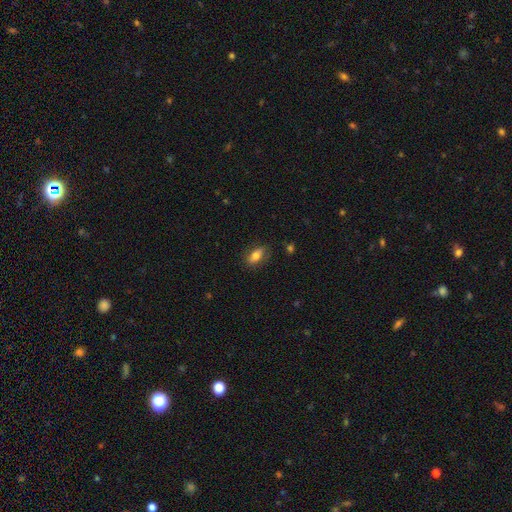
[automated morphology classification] Smooth or featured?
  - smooth: 76% *
  - featured or disk: 16%
  - star or artifact: 8%
How rounded?
  - in between: 88% *
  - round: 6%
  - cigar-shaped: 6%
Merging?
  - none: 78% *
  - minor disturbance: 17%
  - major disturbance: 4%
  - merger: 1%